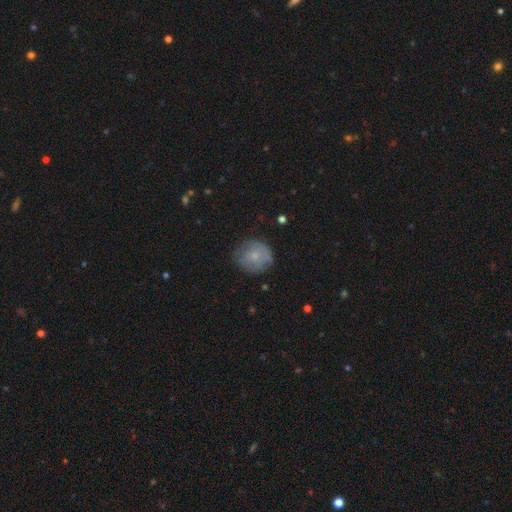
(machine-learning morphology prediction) smooth-or-featured: smooth: 61% | featured or disk: 31% | star or artifact: 9%
  how-rounded: round: 80% | in between: 19% | cigar-shaped: 1%
  merging: none: 69% | minor disturbance: 22% | major disturbance: 7% | merger: 1%